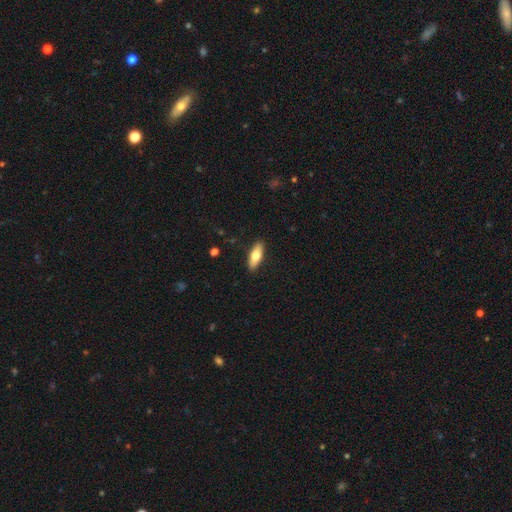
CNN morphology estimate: Smooth or featured? smooth (71%)
How rounded? in between (67%)
Merging? none (90%)